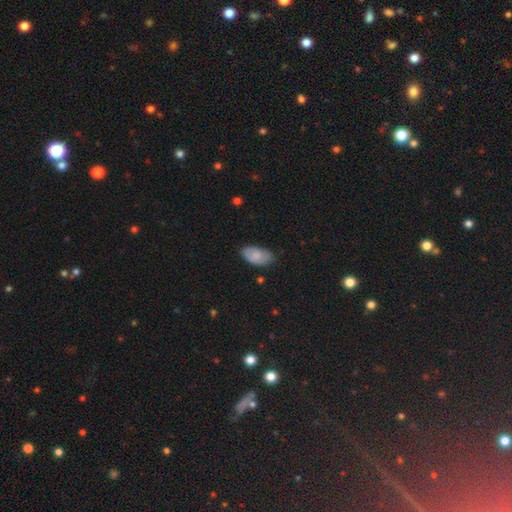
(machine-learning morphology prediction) Q: Smooth or featured?
A: smooth (82%); runner-up: featured or disk (12%)
Q: How rounded?
A: in between (95%); runner-up: round (3%)
Q: Merging?
A: none (69%); runner-up: minor disturbance (25%)